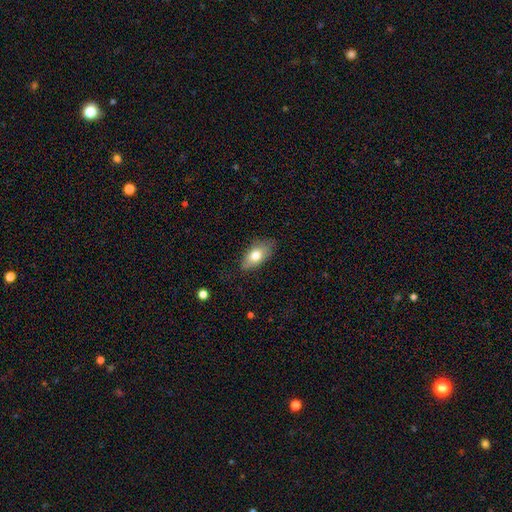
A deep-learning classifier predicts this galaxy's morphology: type=smooth (73%); roundness=in between (89%); merging=none (77%).